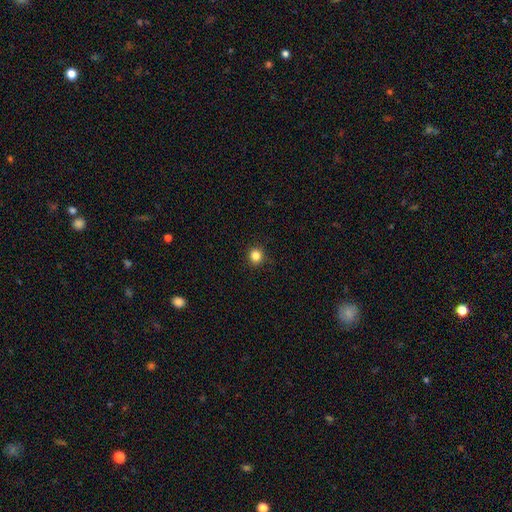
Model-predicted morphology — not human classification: Smooth or featured? smooth (84%)
How rounded? round (91%)
Merging? none (91%)